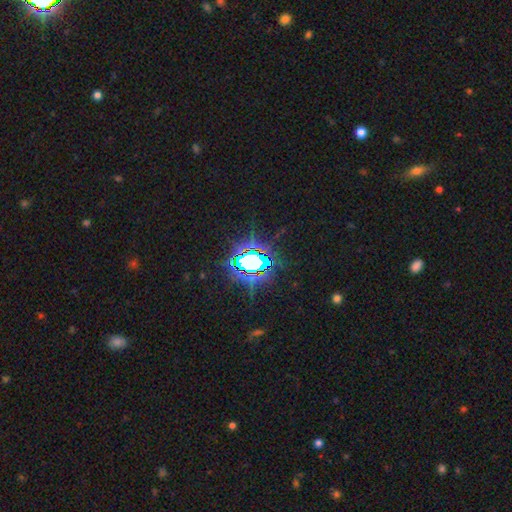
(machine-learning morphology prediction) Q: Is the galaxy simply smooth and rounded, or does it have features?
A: star or artifact — 76%.